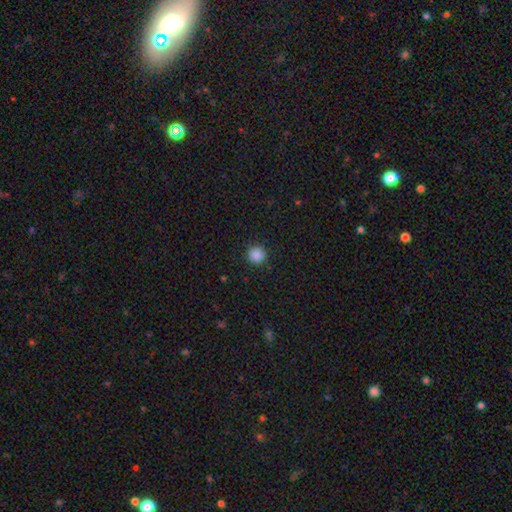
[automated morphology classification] smooth 87%, star or artifact 10%, featured or disk 2%. Down the decision tree: how rounded — round (95%); merging — none (92%).